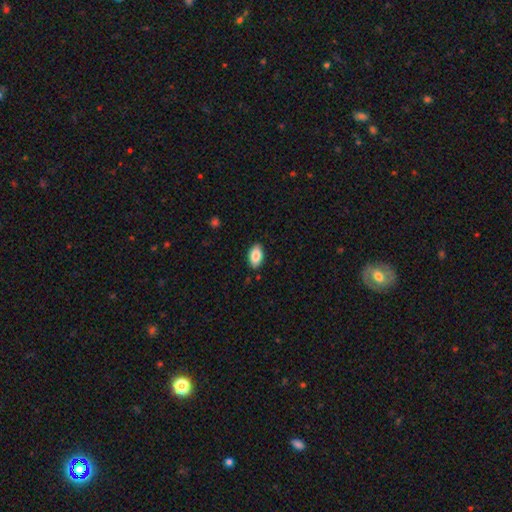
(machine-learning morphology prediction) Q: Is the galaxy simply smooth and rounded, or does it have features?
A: smooth — 86%.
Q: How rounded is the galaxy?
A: in between — 93%.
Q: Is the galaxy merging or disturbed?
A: none — 86%.